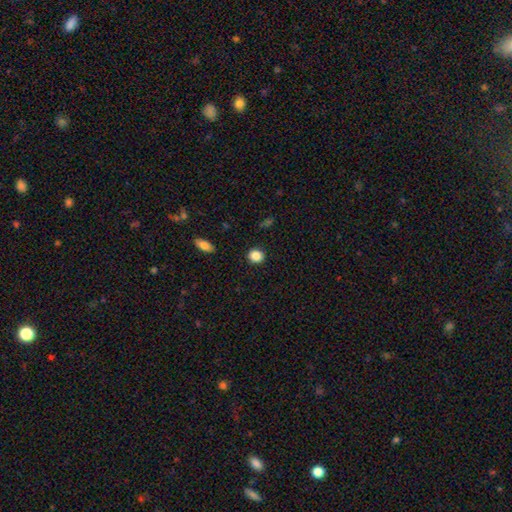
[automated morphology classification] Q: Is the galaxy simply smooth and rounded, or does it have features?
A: smooth — 86%.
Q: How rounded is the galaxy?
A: round — 80%.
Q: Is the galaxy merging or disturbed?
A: none — 91%.